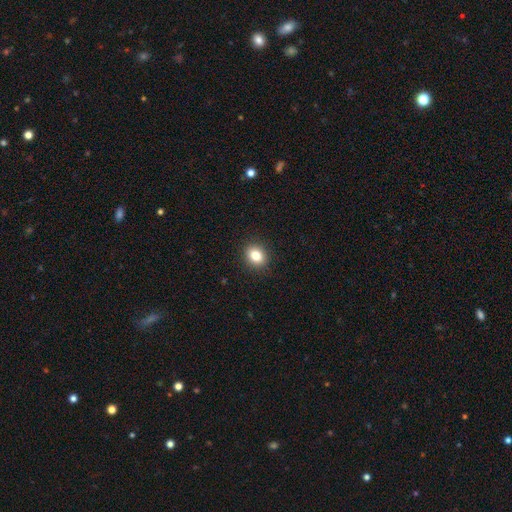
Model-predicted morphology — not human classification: Smooth or featured? Predicted: smooth (p=0.83). How rounded? Predicted: round (p=0.60). Merging? Predicted: none (p=0.91).